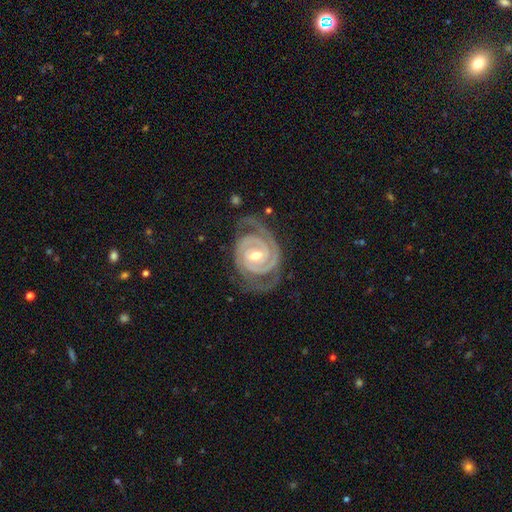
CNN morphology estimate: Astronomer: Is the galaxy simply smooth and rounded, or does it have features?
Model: featured or disk — 94%.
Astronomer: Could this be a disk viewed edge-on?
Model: no — 97%.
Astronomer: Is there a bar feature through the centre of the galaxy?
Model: weak — 46% (runner-up: no, 28%).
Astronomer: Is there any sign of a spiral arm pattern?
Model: yes — 99%.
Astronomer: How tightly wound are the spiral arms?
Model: tight — 79%.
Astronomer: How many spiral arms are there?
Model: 2 — 82%.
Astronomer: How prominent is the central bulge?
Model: moderate — 65%.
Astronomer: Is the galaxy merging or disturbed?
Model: none — 75%.